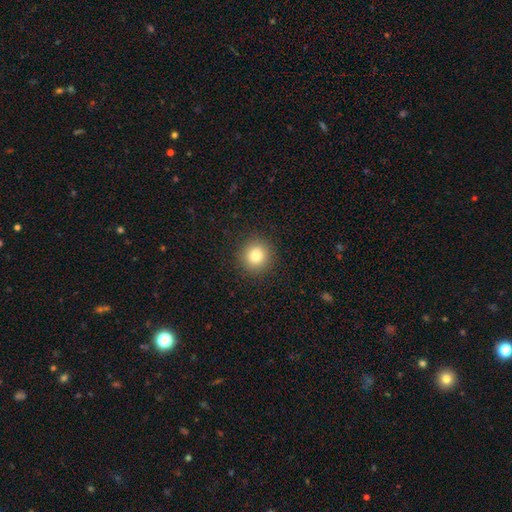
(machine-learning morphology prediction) A smooth galaxy with no disk features (81%) that is round (93%).

Vote fractions:
- Smooth or featured? smooth: 81% / star or artifact: 12% / featured or disk: 7%
- How rounded? round: 93% / in between: 6% / cigar-shaped: 1%
- Merging? none: 92% / minor disturbance: 5% / major disturbance: 2% / merger: 1%